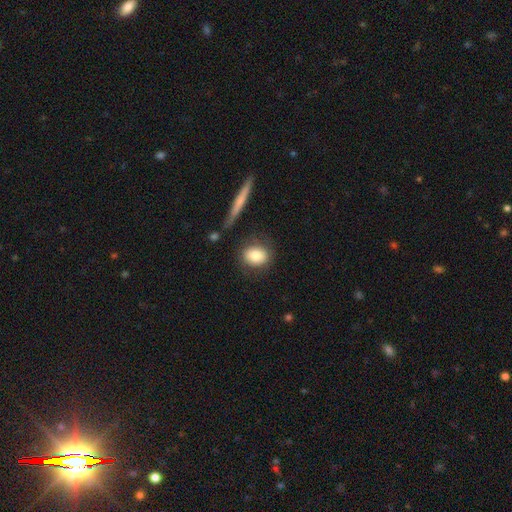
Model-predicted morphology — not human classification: smooth 81%, featured or disk 11%, star or artifact 8%. Down the decision tree: how rounded — round (54%); merging — none (77%).